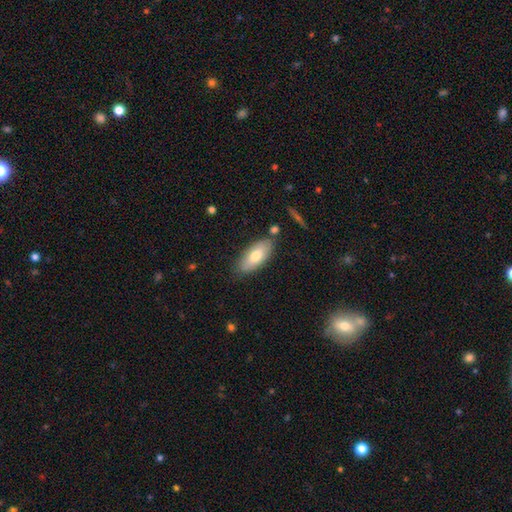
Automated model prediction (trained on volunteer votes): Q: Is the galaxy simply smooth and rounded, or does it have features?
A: smooth — 74%.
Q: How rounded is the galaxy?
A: in between — 85%.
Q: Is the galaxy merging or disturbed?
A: none — 78%.